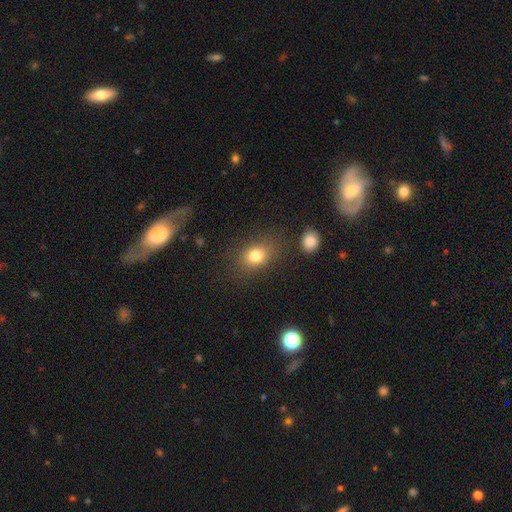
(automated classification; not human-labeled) smooth 80%, star or artifact 12%, featured or disk 8%. Down the decision tree: how rounded — in between (55%); merging — none (77%).